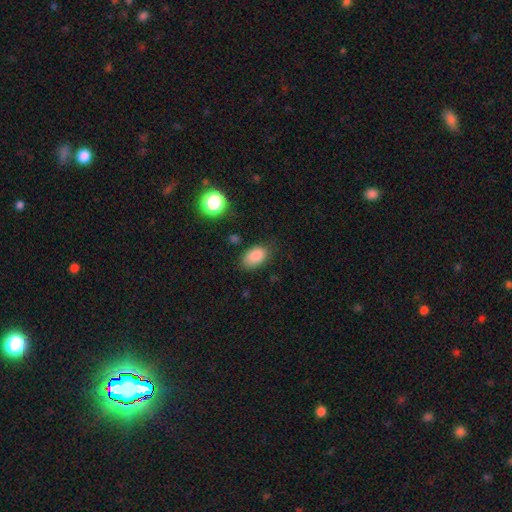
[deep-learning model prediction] Smooth or featured? Predicted: smooth (p=0.86). How rounded? Predicted: in between (p=0.90). Merging? Predicted: none (p=0.75).